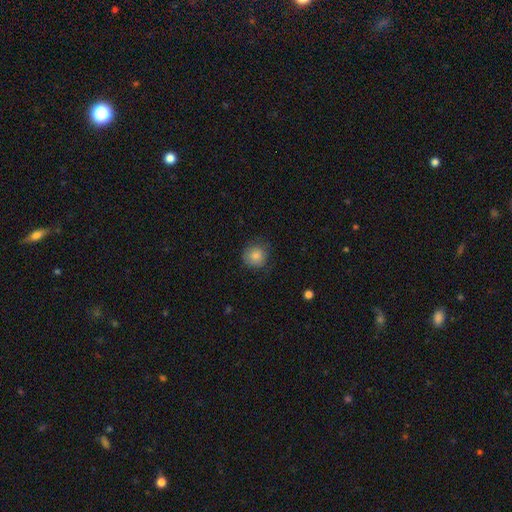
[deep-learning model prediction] Smooth or featured?
  - smooth: 84% *
  - star or artifact: 9%
  - featured or disk: 7%
How rounded?
  - round: 91% *
  - in between: 8%
  - cigar-shaped: 1%
Merging?
  - none: 77% *
  - minor disturbance: 17%
  - major disturbance: 5%
  - merger: 1%